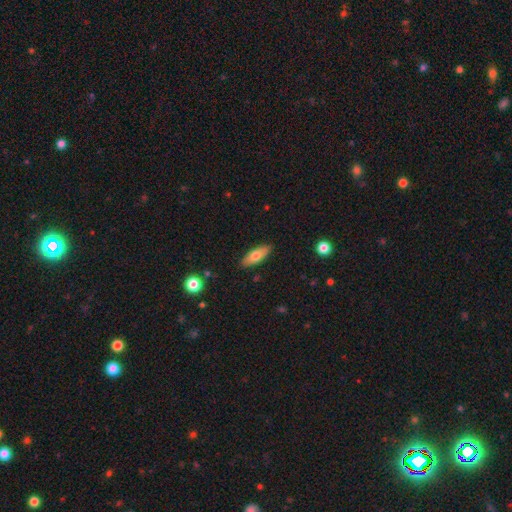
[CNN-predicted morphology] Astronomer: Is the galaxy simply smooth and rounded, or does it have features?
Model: smooth — 69%.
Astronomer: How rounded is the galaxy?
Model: in between — 64%.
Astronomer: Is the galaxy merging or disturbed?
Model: none — 89%.